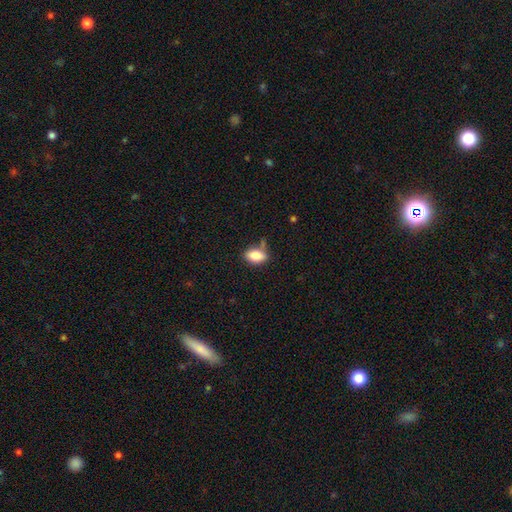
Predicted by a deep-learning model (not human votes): smooth 83%, featured or disk 9%, star or artifact 8%. Down the decision tree: how rounded — in between (88%); merging — none (63%).